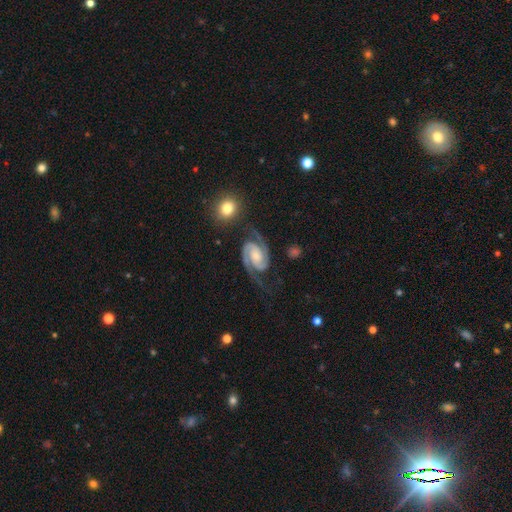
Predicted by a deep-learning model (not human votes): A featured or disk galaxy (92%) with no bar (57%), 2 (94%) medium (47%) spiral arms (99%) and a small central bulge (45%). Merging: none (70%).